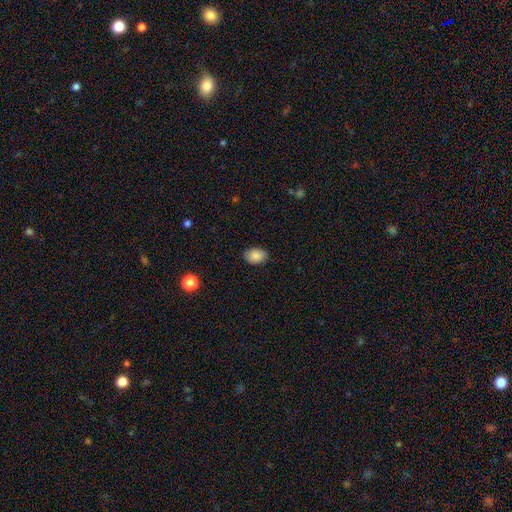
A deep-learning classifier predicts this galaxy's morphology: type=smooth (87%); roundness=in between (80%); merging=none (85%).